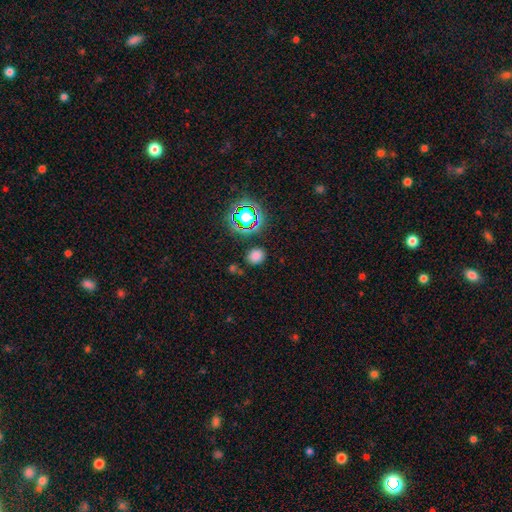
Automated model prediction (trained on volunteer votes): smooth_or_featured: smooth (p=0.72) [alt: star or artifact p=0.22]
how_rounded: round (p=0.60) [alt: in between p=0.39]
merging: none (p=0.83) [alt: minor disturbance p=0.10]